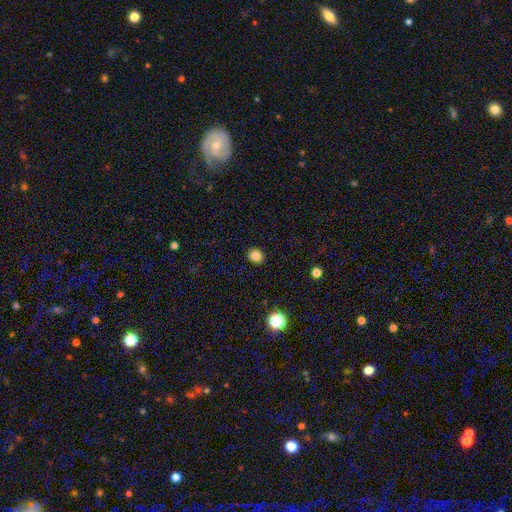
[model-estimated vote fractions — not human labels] A smooth galaxy with no disk features (82%) that is round (69%). Merging: none (91%).